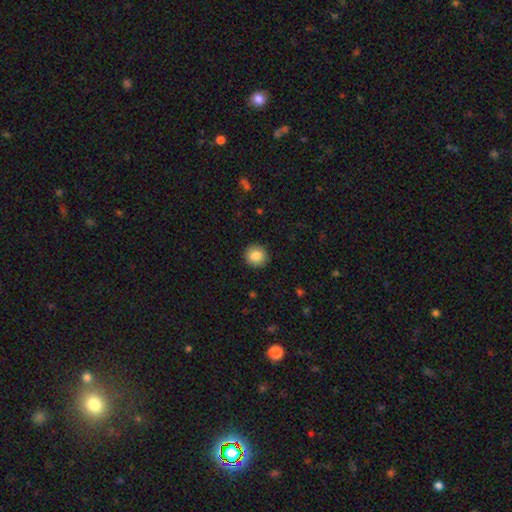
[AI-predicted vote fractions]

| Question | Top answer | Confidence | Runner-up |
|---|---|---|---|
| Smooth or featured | smooth | 85% | star or artifact (8%) |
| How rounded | round | 91% | in between (9%) |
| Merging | none | 91% | minor disturbance (6%) |